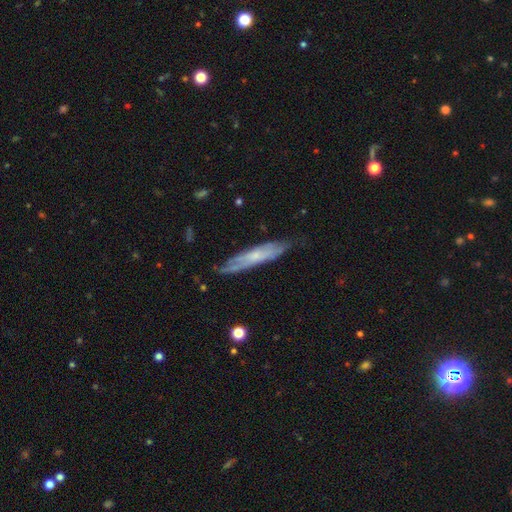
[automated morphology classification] A featured or disk galaxy (56%) viewed edge-on (55%).

Vote fractions:
- Smooth or featured? featured or disk: 56% / smooth: 37% / star or artifact: 7%
- Edge-on disk? yes: 55% / no: 45%
- Merging? none: 69% / minor disturbance: 23% / major disturbance: 6% / merger: 2%